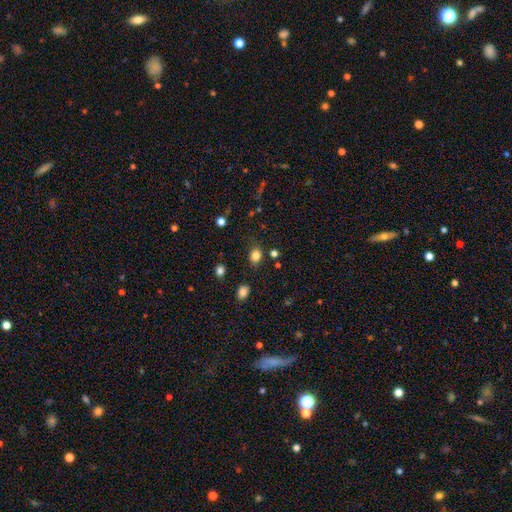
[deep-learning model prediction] smooth_or_featured: smooth (p=0.83) [alt: star or artifact p=0.12]
how_rounded: in between (p=0.60) [alt: round p=0.39]
merging: none (p=0.79) [alt: minor disturbance p=0.14]